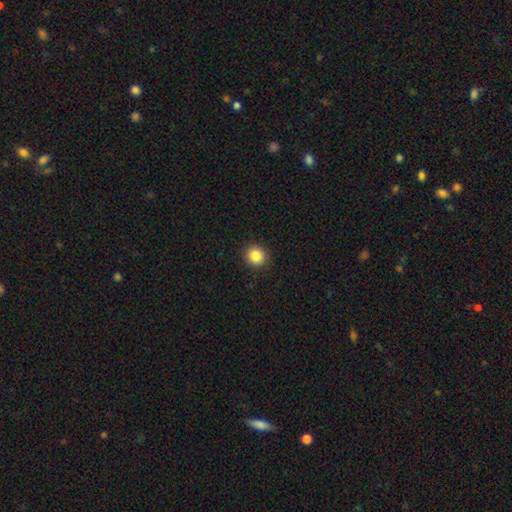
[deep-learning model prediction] Smooth or featured? Predicted: smooth (p=0.85). How rounded? Predicted: round (p=0.91). Merging? Predicted: none (p=0.92).